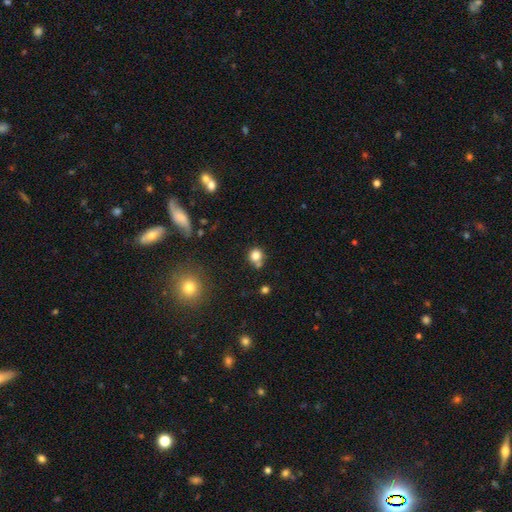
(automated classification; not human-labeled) Smooth or featured? Predicted: smooth (p=0.80). How rounded? Predicted: round (p=0.81). Merging? Predicted: none (p=0.55).